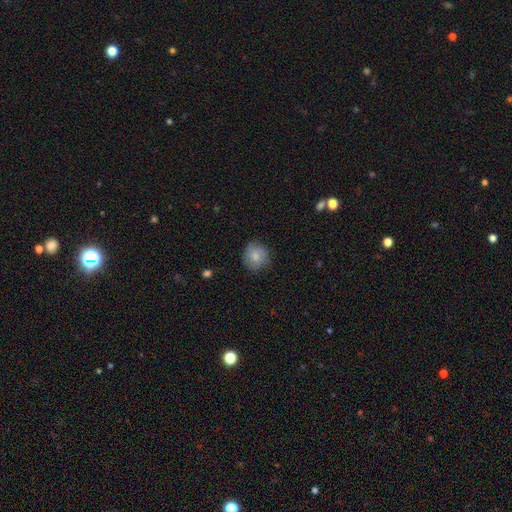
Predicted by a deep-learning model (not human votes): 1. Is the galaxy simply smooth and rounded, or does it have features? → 78% smooth, 15% featured or disk, 8% star or artifact.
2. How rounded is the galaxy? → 86% round, 13% in between, 1% cigar-shaped.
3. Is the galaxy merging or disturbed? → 74% none, 20% minor disturbance, 5% major disturbance, 1% merger.